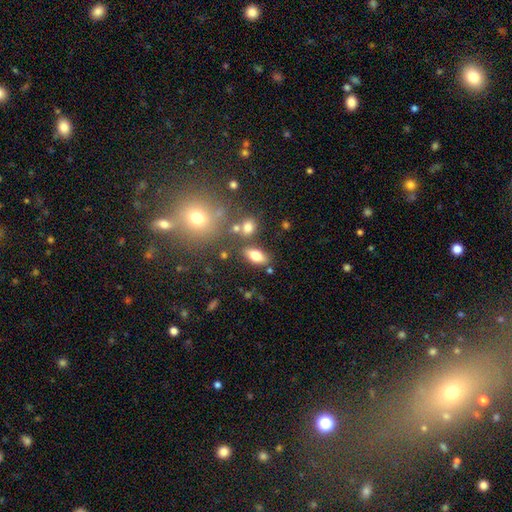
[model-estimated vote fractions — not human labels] A smooth galaxy with no disk features (74%) that is in between round and cigar-shaped (84%). Merging: none (75%).